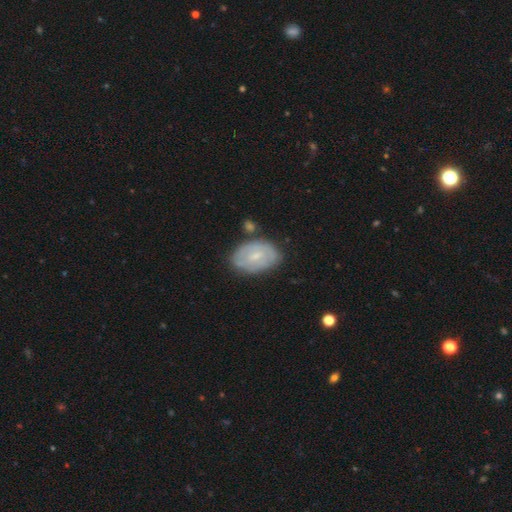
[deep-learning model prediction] Morphology: type=featured or disk (53%); edge-on=no (95%); bar=weak (49%); spiral arms=yes (61%); bulge=small (60%); merging=none (69%).